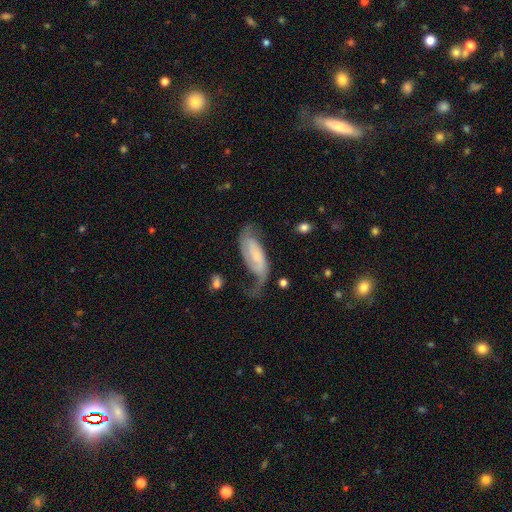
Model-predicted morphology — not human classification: This is likely a featured or disk galaxy (72%). It is clearly not viewed edge-on (92%). Bar: possibly no (47%). Spiral arm pattern: clearly yes (92%). Spiral arm count: likely 2 (79%). Spiral winding: possibly loose (45%). Central bulge: possibly small (56%). Merging: marginally none (43%).